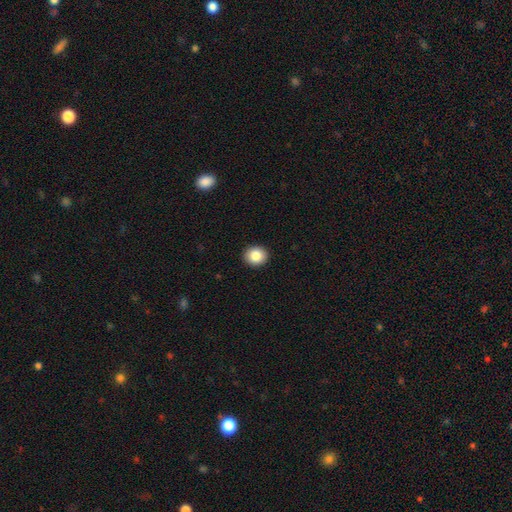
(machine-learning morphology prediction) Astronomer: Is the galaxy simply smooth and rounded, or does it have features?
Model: smooth — 86%.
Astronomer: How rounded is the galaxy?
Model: round — 78%.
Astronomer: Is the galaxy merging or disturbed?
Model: none — 93%.